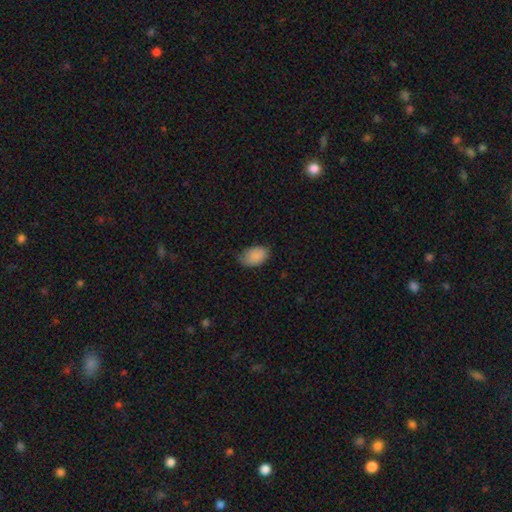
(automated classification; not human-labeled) smooth-or-featured: smooth: 88% | star or artifact: 7% | featured or disk: 5%
  how-rounded: in between: 89% | round: 10% | cigar-shaped: 1%
  merging: none: 64% | minor disturbance: 30% | major disturbance: 5% | merger: 1%